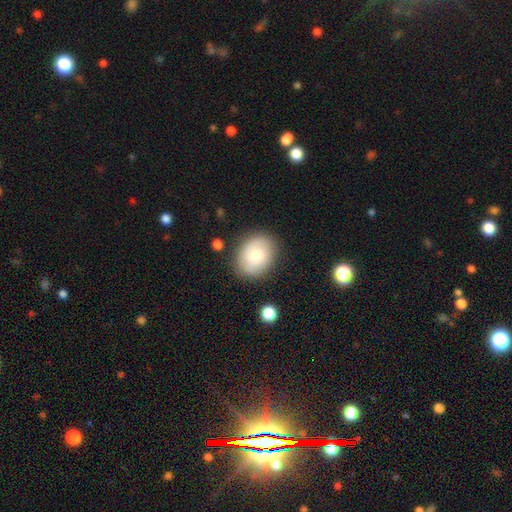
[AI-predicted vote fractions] Smooth or featured? Predicted: smooth (p=0.72). How rounded? Predicted: in between (p=0.55). Merging? Predicted: none (p=0.82).